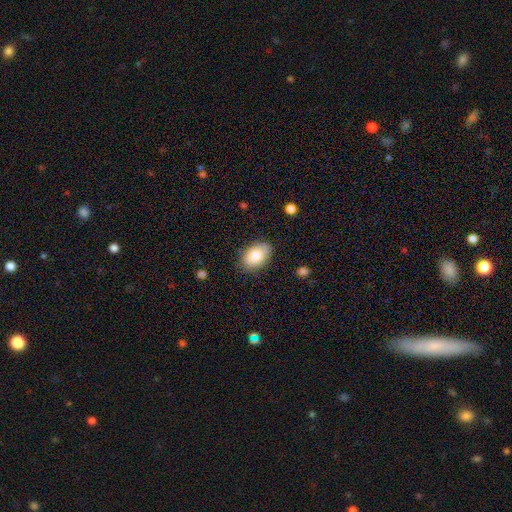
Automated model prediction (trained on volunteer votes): smooth 84%, featured or disk 9%, star or artifact 7%. Down the decision tree: how rounded — in between (90%); merging — none (83%).